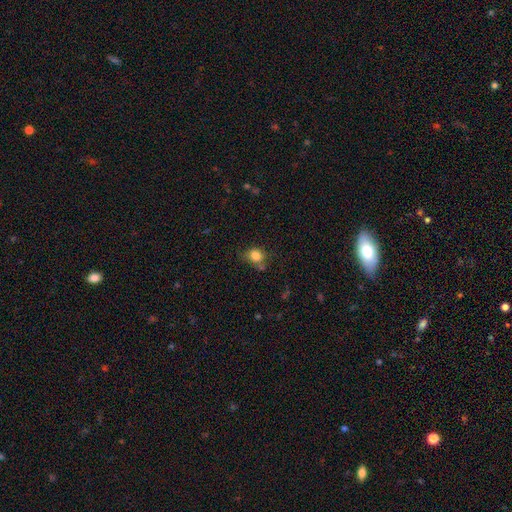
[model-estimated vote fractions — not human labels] smooth_or_featured: smooth (p=0.82) [alt: star or artifact p=0.11]
how_rounded: round (p=0.64) [alt: in between p=0.35]
merging: none (p=0.60) [alt: minor disturbance p=0.24]